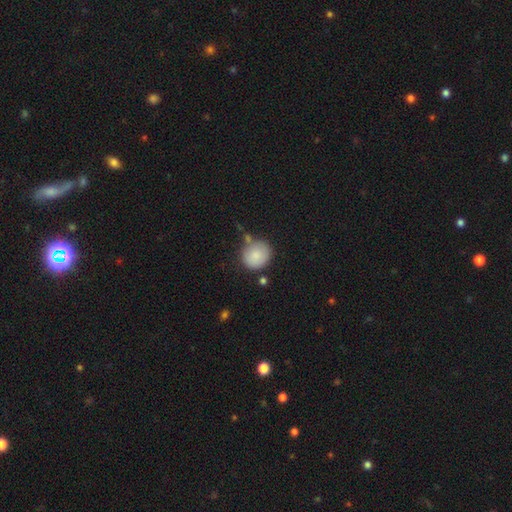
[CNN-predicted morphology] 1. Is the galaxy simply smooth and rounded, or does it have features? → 85% smooth, 8% featured or disk, 7% star or artifact.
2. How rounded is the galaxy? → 85% round, 14% in between, 1% cigar-shaped.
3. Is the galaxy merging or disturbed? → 68% none, 18% minor disturbance, 10% merger, 5% major disturbance.